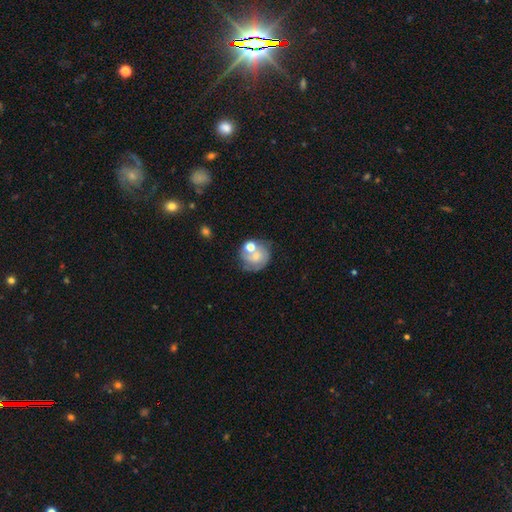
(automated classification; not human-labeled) Smooth or featured?
  - smooth: 46% *
  - featured or disk: 44%
  - star or artifact: 9%
Merging?
  - none: 43% *
  - merger: 28%
  - minor disturbance: 19%
  - major disturbance: 11%